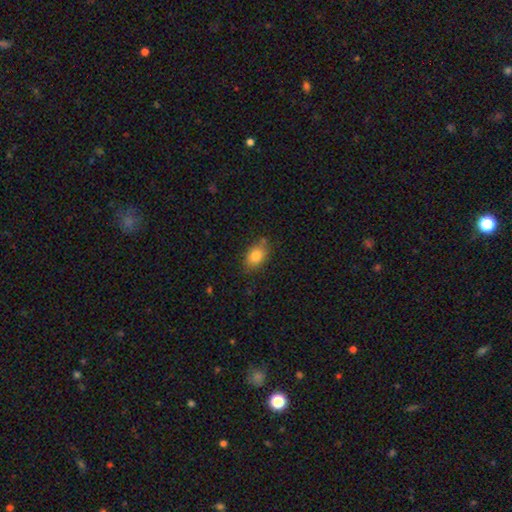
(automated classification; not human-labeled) This appears to be a smooth galaxy with no disk features (83%) that is in between round and cigar-shaped (81%). Merging: none (73%).